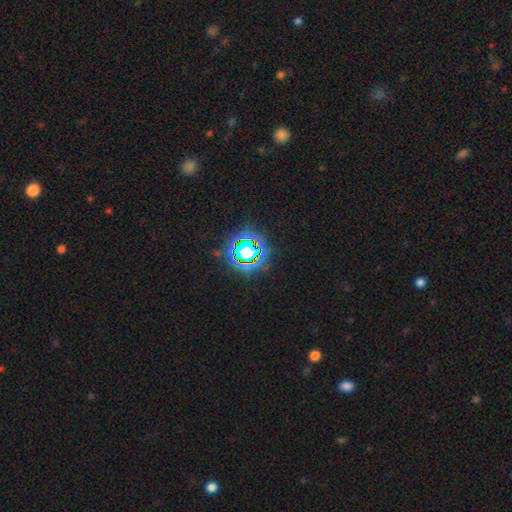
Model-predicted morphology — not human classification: Smooth or featured? star or artifact (78%)